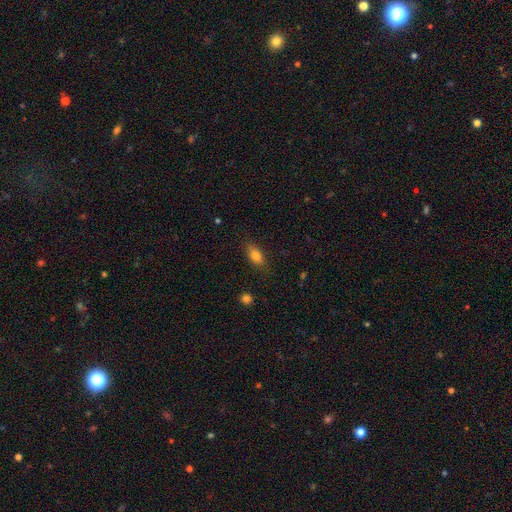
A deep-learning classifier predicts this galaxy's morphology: smooth-or-featured: smooth: 79% | featured or disk: 11% | star or artifact: 9%
  how-rounded: in between: 82% | cigar-shaped: 12% | round: 6%
  merging: none: 82% | minor disturbance: 13% | major disturbance: 3% | merger: 1%